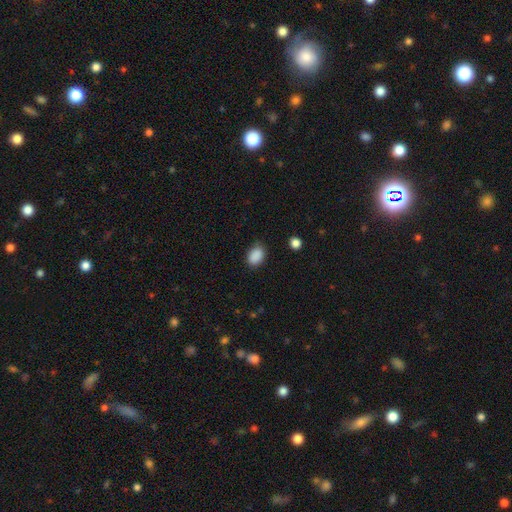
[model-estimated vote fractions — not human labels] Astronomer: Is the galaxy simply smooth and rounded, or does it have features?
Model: smooth — 89%.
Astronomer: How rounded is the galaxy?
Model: in between — 79%.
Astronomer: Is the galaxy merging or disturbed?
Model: none — 79%.